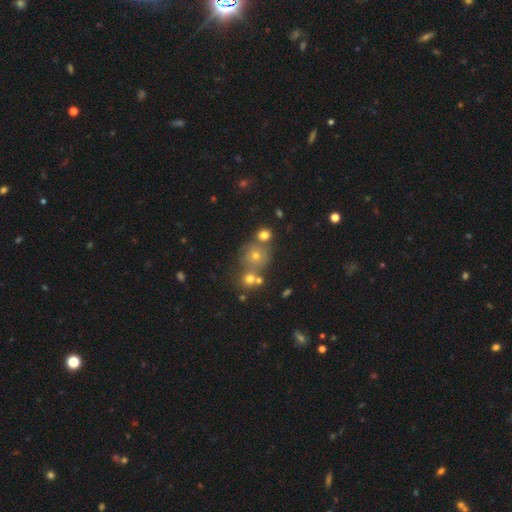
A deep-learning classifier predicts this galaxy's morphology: Q: Smooth or featured?
A: smooth (61%); runner-up: featured or disk (20%)
Q: How rounded?
A: round (85%); runner-up: in between (14%)
Q: Merging?
A: none (57%); runner-up: merger (26%)